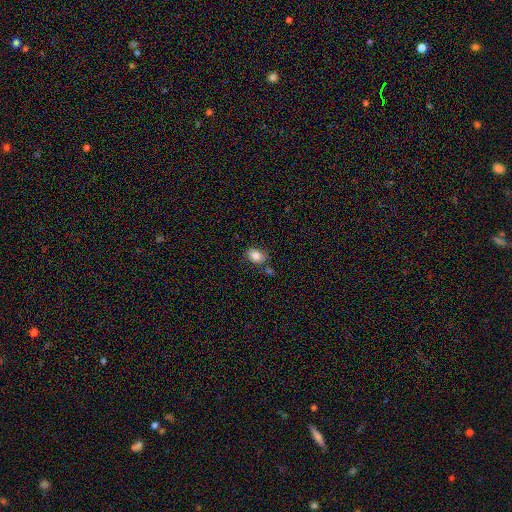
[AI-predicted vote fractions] This appears to be a smooth galaxy with no disk features (80%) that is in between round and cigar-shaped (69%). Merging: none (69%).